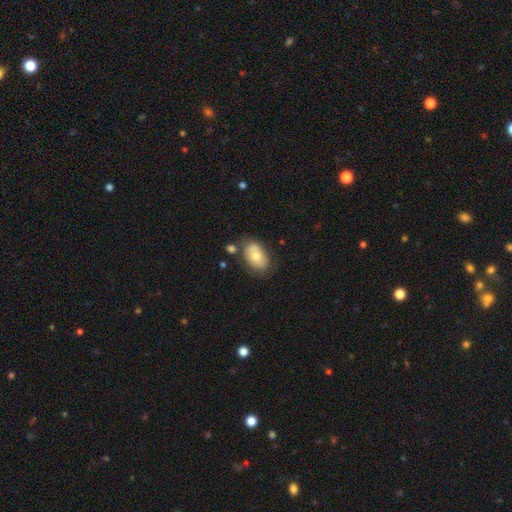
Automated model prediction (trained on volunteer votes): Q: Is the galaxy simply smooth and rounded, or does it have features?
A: smooth — 70%.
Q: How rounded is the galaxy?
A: in between — 89%.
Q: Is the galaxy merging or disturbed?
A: none — 66%.